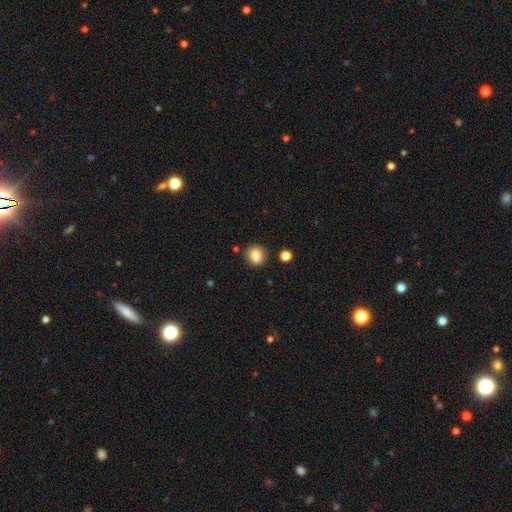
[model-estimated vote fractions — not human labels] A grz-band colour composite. It shows a smooth galaxy with no disk features (83%) that is round (73%). Merging: none (80%).